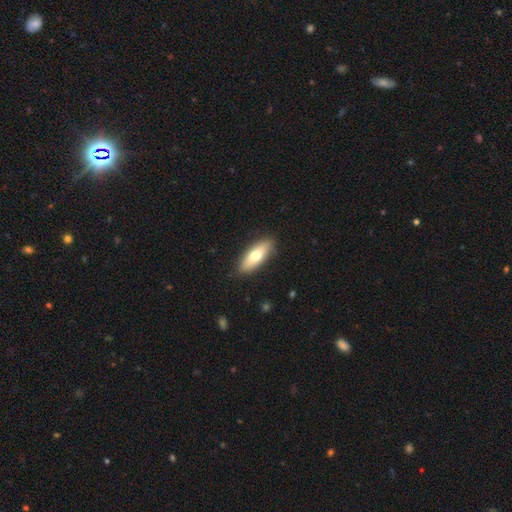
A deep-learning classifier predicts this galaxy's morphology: type=smooth (67%); roundness=in between (68%); merging=none (87%).